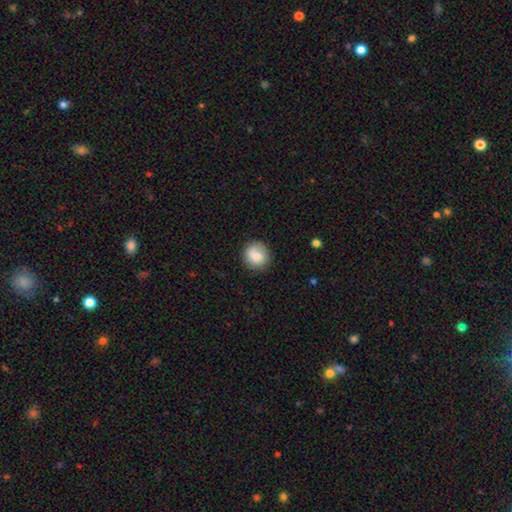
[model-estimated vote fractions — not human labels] Overall: smooth (78%). How rounded: round (88%). Merging: none (81%).